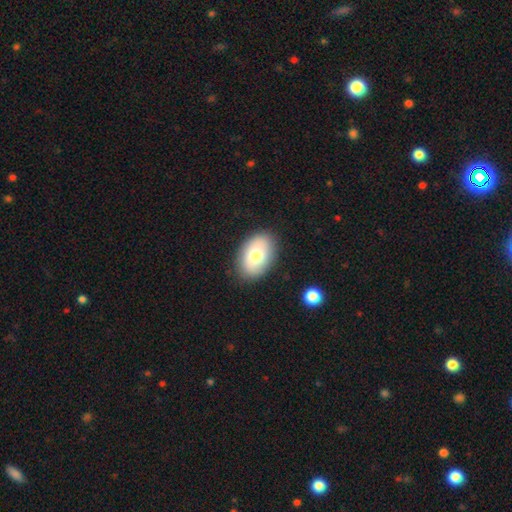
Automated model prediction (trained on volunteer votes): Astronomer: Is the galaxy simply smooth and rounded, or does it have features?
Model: smooth — 71%.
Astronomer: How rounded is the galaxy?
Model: in between — 87%.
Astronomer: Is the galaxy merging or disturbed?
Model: none — 86%.